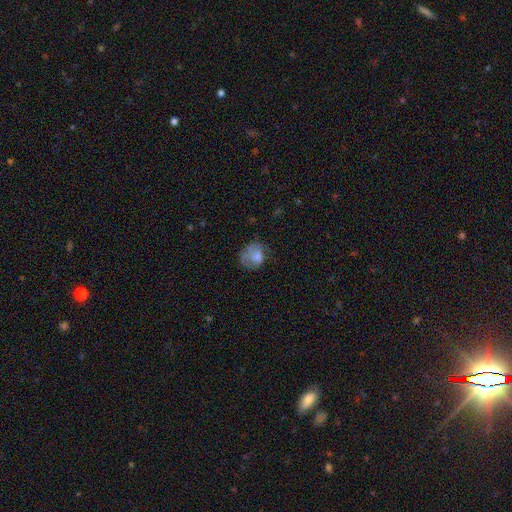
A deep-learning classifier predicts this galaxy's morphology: Smooth or featured?
  - smooth: 71% *
  - featured or disk: 19%
  - star or artifact: 10%
How rounded?
  - round: 57% *
  - in between: 42%
  - cigar-shaped: 1%
Merging?
  - none: 42% *
  - minor disturbance: 30%
  - major disturbance: 26%
  - merger: 2%